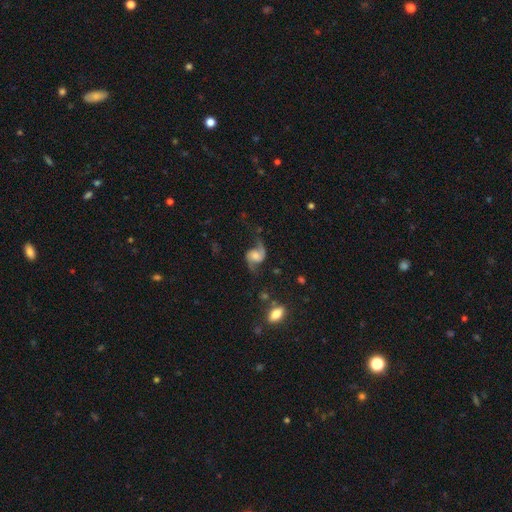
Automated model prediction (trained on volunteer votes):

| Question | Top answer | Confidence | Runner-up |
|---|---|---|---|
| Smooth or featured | featured or disk | 83% | smooth (10%) |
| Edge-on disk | no | 98% | yes (2%) |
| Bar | no | 55% | weak (35%) |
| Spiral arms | yes | 96% | no (4%) |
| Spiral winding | loose | 68% | medium (27%) |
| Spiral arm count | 2 | 92% | 1 (3%) |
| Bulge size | moderate | 37% | small (28%) |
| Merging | none | 67% | minor disturbance (18%) |